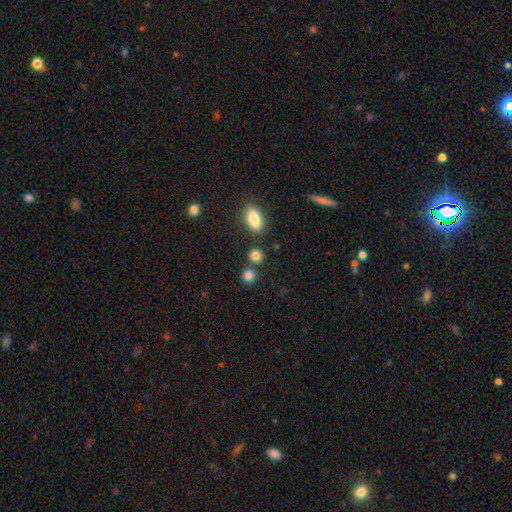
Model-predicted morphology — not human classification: This appears to be a smooth galaxy with no disk features (85%) that is round (83%). Merging: none (75%).